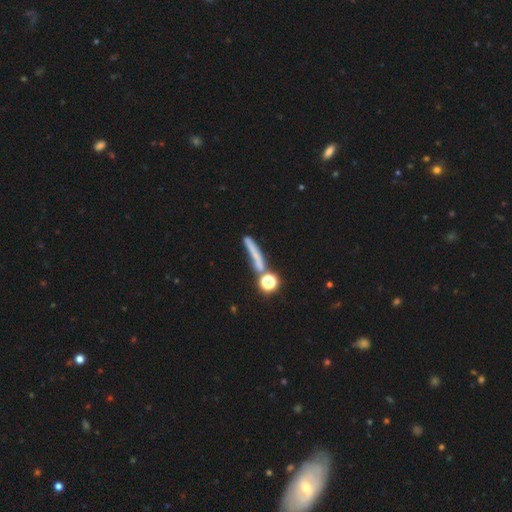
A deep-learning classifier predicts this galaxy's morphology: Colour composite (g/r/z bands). It shows a smooth galaxy with no disk features (53%) that is cigar-shaped (71%). Merging: none (56%).